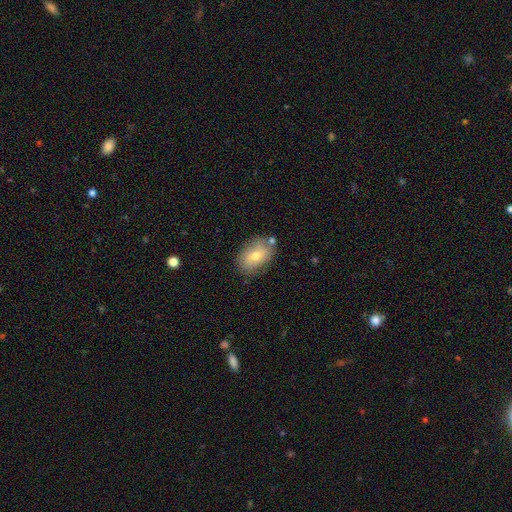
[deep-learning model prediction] This appears to be a smooth galaxy with no disk features (65%) that is in between round and cigar-shaped (86%). Merging: none (71%).